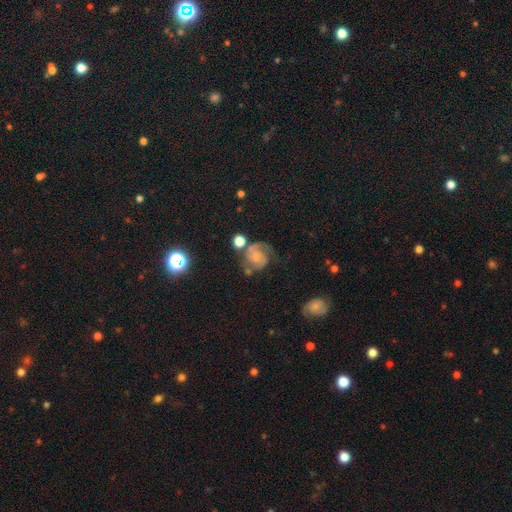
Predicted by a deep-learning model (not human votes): featured or disk 64%, smooth 25%, star or artifact 11%. Down the decision tree: edge-on disk — no (98%); bar — no (67%); spiral arms — yes (91%); spiral arm count — 2 (74%); spiral winding — medium (45%); bulge size — none (50%); merging — none (48%).